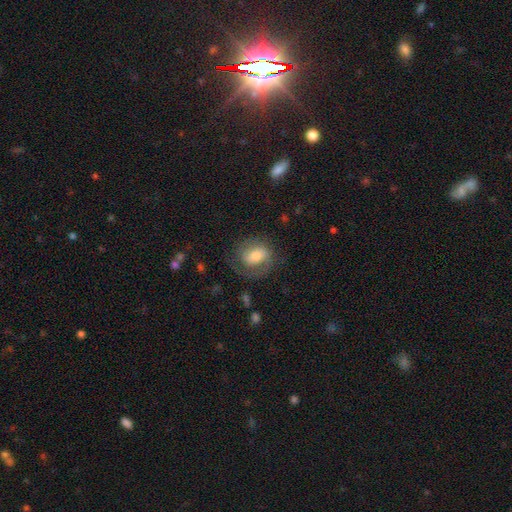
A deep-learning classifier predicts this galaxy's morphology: A featured or disk galaxy (49%).

Vote fractions:
- Smooth or featured? featured or disk: 49% / smooth: 43% / star or artifact: 8%
- Merging? none: 62% / minor disturbance: 20% / major disturbance: 17% / merger: 2%